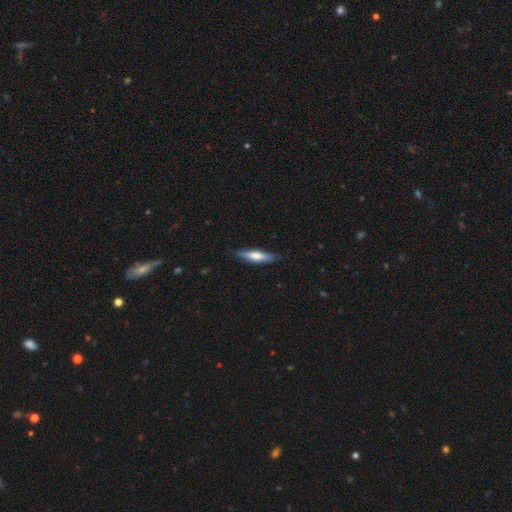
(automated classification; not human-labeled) smooth 58%, featured or disk 36%, star or artifact 6%. Down the decision tree: how rounded — cigar-shaped (74%); merging — none (81%).